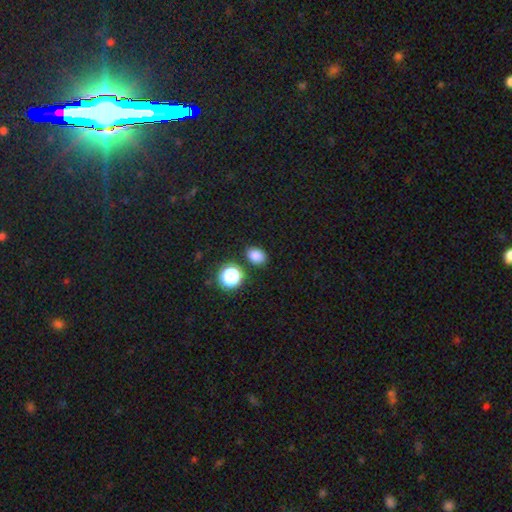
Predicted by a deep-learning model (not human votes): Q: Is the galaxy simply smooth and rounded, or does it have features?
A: smooth — 81%.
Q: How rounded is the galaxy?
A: in between — 68%.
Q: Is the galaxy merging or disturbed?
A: none — 83%.